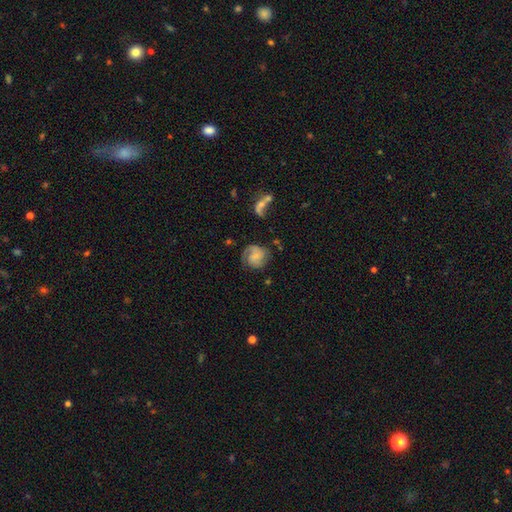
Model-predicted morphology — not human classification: smooth-or-featured: featured or disk: 61% | smooth: 31% | star or artifact: 8%
  disk-edge-on: no: 98% | yes: 2%
    bar: no: 61% | weak: 32% | strong: 6%
    has-spiral-arms: yes: 90% | no: 10%
      spiral-winding: tight: 40% (tied) | medium: 40% (tied) | loose: 20%
      spiral-arm-count: 2: 49% | 1: 28% | can't tell: 14% | 3: 6% | 4: 2% | more than 4: 2%
    bulge-size: small: 48% | none: 27% | moderate: 21% | large: 3% | dominant: 1%
  merging: none: 61% | minor disturbance: 21% | major disturbance: 14% | merger: 3%